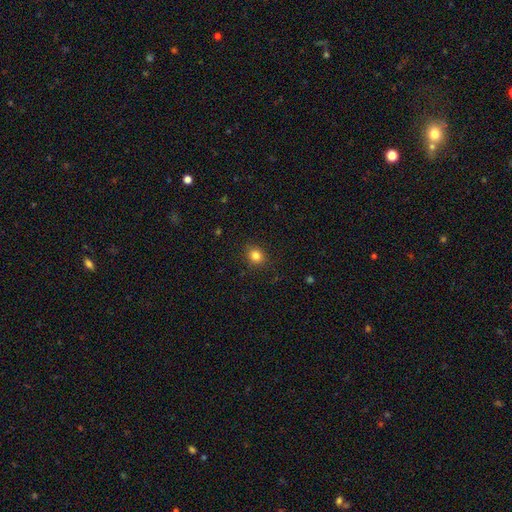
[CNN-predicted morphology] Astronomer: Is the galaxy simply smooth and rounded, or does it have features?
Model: smooth — 83%.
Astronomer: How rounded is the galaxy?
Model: round — 74%.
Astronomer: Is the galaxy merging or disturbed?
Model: none — 89%.